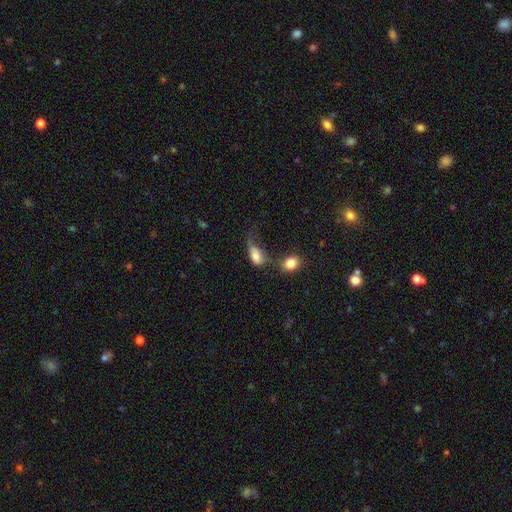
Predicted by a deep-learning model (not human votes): A smooth galaxy with no disk features (74%) that is in between round and cigar-shaped (84%). Merging: major disturbance (36%).